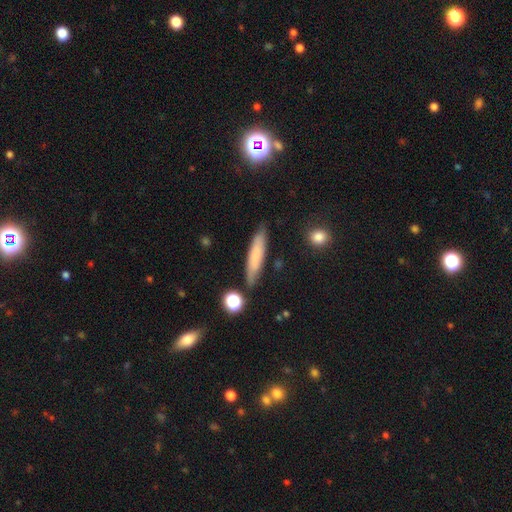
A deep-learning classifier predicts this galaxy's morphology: Smooth or featured?
  - smooth: 70% *
  - featured or disk: 23%
  - star or artifact: 8%
How rounded?
  - cigar-shaped: 86% *
  - in between: 12%
  - round: 2%
Merging?
  - none: 81% *
  - minor disturbance: 13%
  - merger: 3%
  - major disturbance: 3%